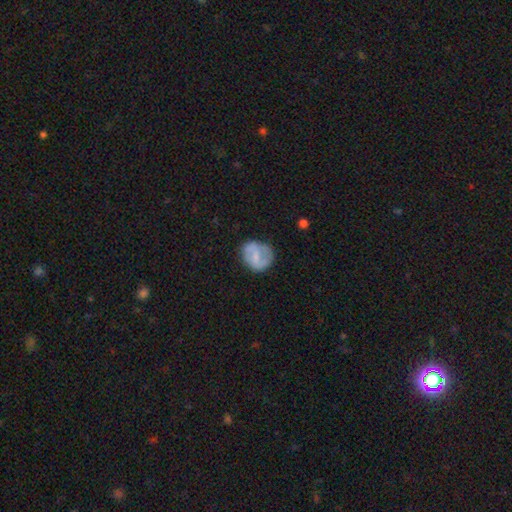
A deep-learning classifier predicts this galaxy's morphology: A featured or disk galaxy (47%). Merging: none (69%).